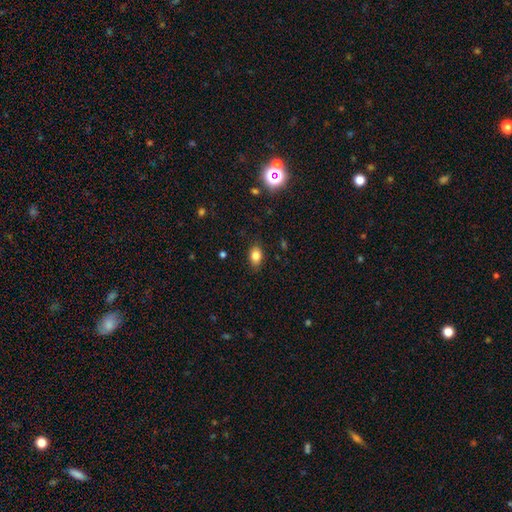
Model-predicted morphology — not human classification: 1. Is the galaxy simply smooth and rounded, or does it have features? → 82% smooth, 10% star or artifact, 8% featured or disk.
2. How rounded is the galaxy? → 85% in between, 13% round, 2% cigar-shaped.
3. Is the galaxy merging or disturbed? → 85% none, 11% minor disturbance, 3% major disturbance, 1% merger.